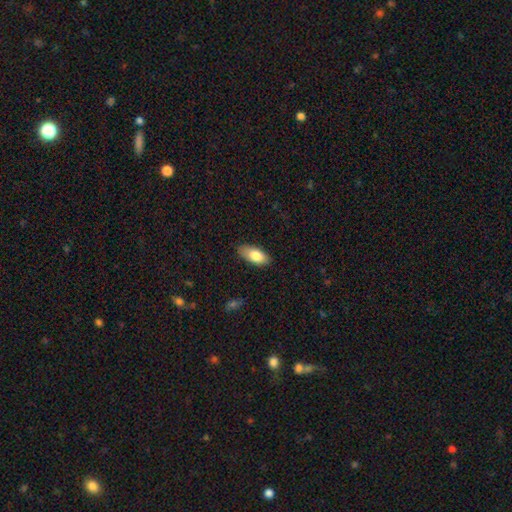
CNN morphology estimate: smooth-or-featured: smooth: 81% | featured or disk: 12% | star or artifact: 6%
  how-rounded: in between: 88% | cigar-shaped: 9% | round: 3%
  merging: none: 83% | minor disturbance: 13% | major disturbance: 2% | merger: 1%